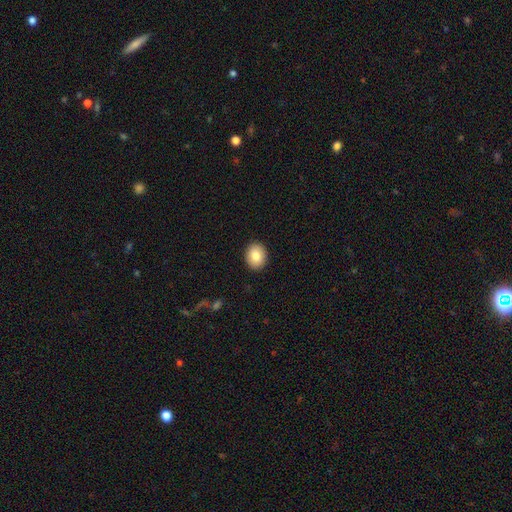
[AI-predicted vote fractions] This is clearly a smooth galaxy (83%). How rounded: possibly in between (51%). Merging: clearly none (91%).